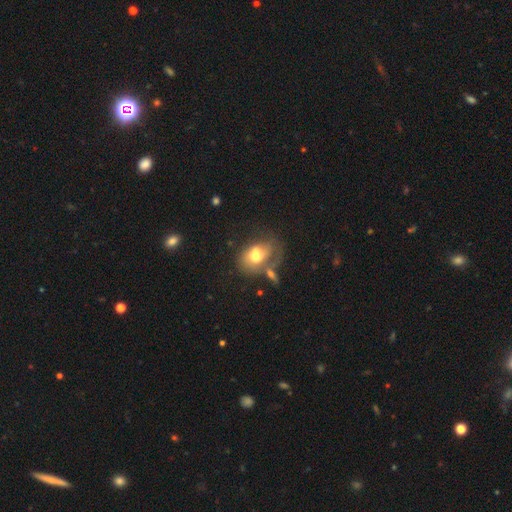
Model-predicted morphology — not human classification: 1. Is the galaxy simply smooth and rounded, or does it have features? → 55% smooth, 36% featured or disk, 9% star or artifact.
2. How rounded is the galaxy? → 66% in between, 32% round, 1% cigar-shaped.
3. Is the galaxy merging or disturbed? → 42% merger, 22% none, 20% major disturbance, 15% minor disturbance.